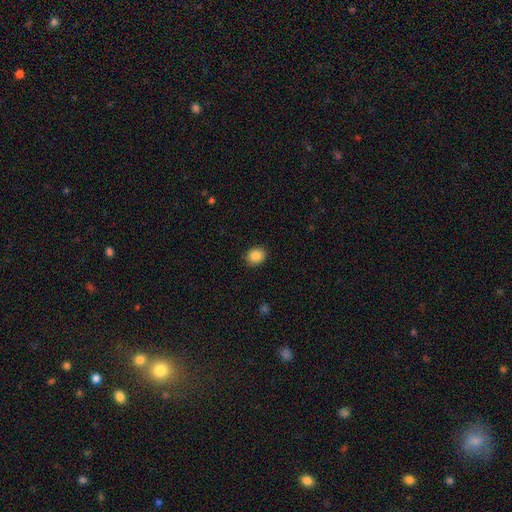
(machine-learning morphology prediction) This appears to be a smooth galaxy with no disk features (86%) that is round (71%). Merging: none (90%).